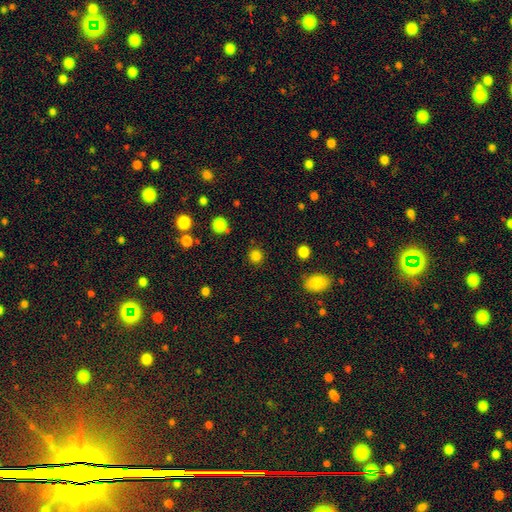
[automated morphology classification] smooth-or-featured: smooth: 82% | star or artifact: 14% | featured or disk: 4%
  how-rounded: round: 92% | in between: 7% | cigar-shaped: 1%
  merging: none: 88% | minor disturbance: 7% | major disturbance: 3% | merger: 2%